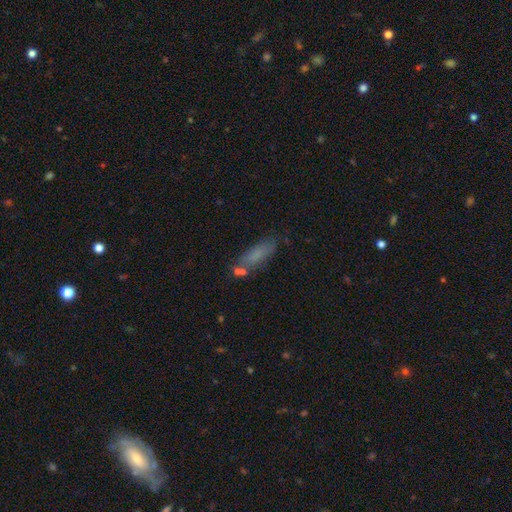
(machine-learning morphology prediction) A smooth galaxy with no disk features (67%) that is cigar-shaped (57%). Merging: none (66%).